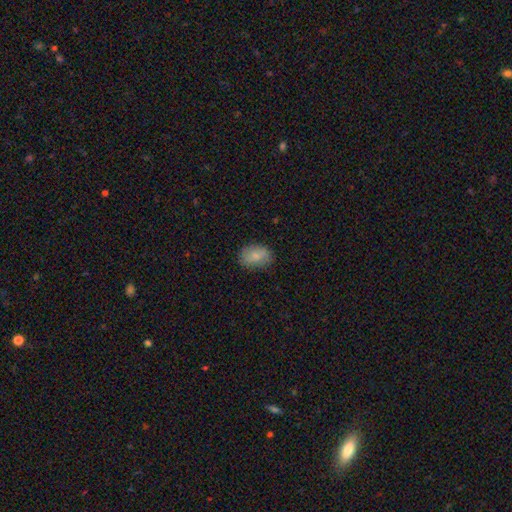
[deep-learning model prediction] Smooth or featured: smooth — 79% (featured or disk — 13%)
How rounded: in between — 79% (round — 20%)
Merging: none — 78% (minor disturbance — 17%)